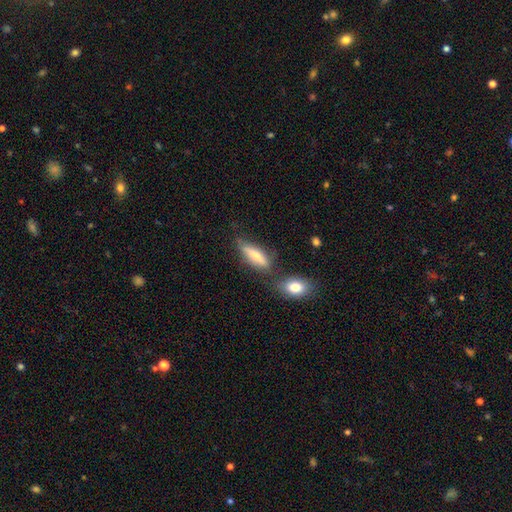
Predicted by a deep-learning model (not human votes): This appears to be a smooth galaxy with no disk features (61%) that is cigar-shaped (56%). Merging: none (60%).